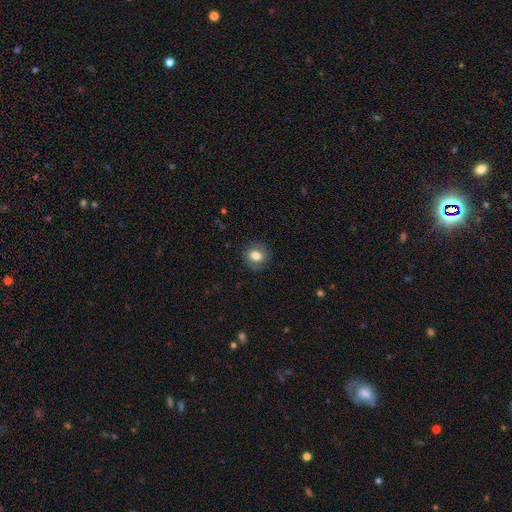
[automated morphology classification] Smooth or featured: smooth — 68% (featured or disk — 23%)
How rounded: round — 55% (in between — 44%)
Merging: none — 80% (minor disturbance — 13%)